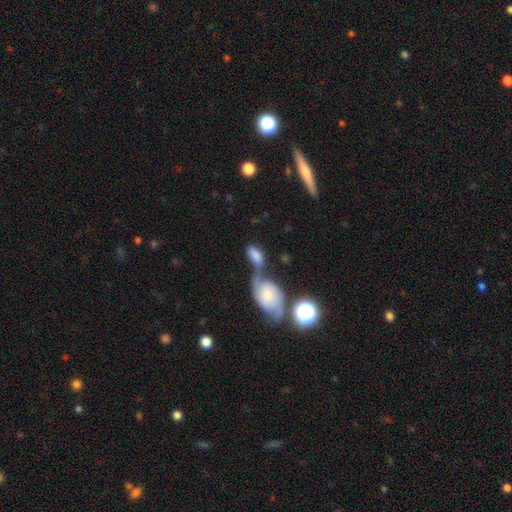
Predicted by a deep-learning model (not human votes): This appears to be a smooth galaxy with no disk features (64%) that is in between round and cigar-shaped (88%). Merging: merger (63%).